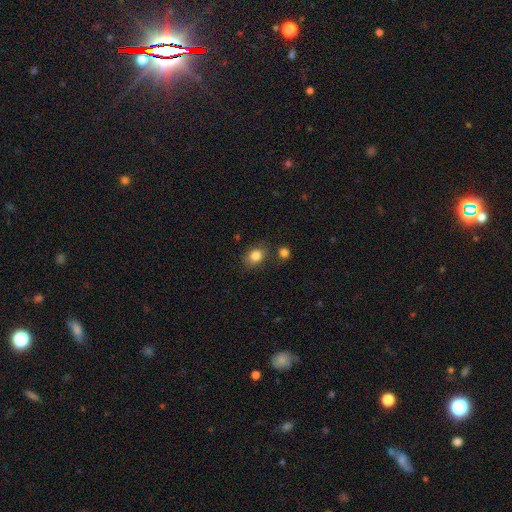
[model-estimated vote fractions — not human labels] This is clearly a smooth galaxy (84%). How rounded: possibly in between (54%). Merging: likely none (75%).